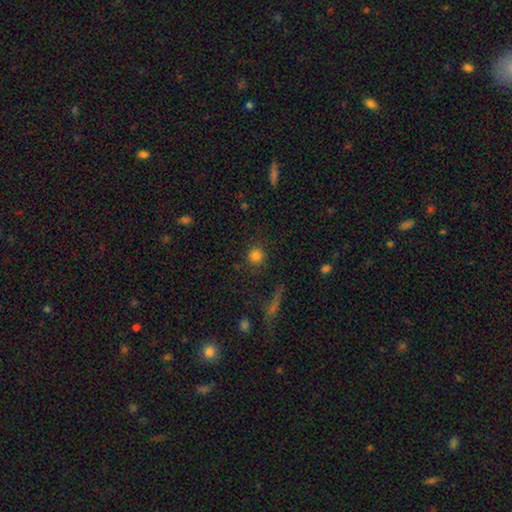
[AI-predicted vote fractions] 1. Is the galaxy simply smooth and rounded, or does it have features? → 82% smooth, 13% star or artifact, 6% featured or disk.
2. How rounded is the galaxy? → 92% round, 6% in between, 1% cigar-shaped.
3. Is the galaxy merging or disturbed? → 86% none, 8% minor disturbance, 4% major disturbance, 3% merger.